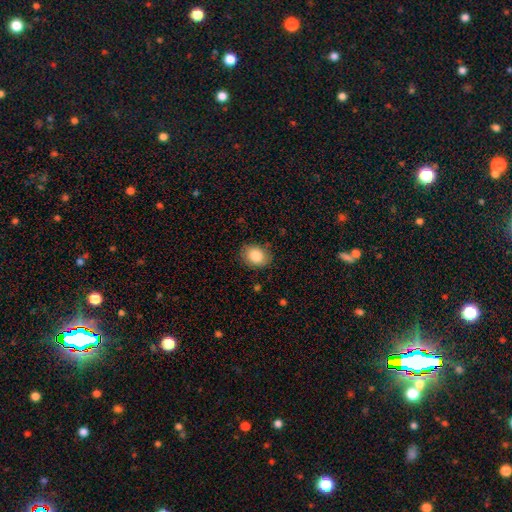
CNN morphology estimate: type=smooth (86%); roundness=in between (59%); merging=none (82%).